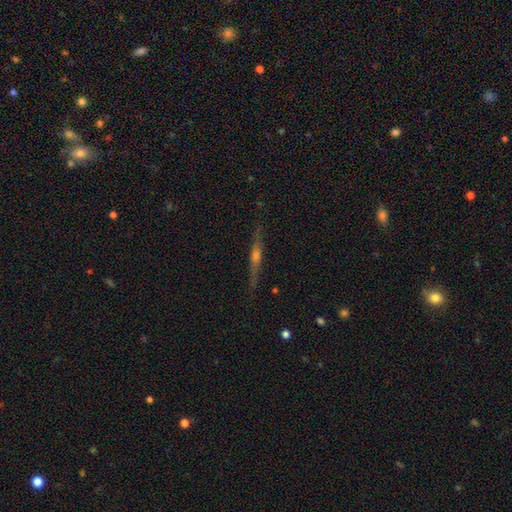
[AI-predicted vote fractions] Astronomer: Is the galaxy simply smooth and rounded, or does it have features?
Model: featured or disk — 78%.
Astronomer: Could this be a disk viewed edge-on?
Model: yes — 97%.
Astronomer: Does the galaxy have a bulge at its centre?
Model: rounded — 81%.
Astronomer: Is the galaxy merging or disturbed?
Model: none — 89%.